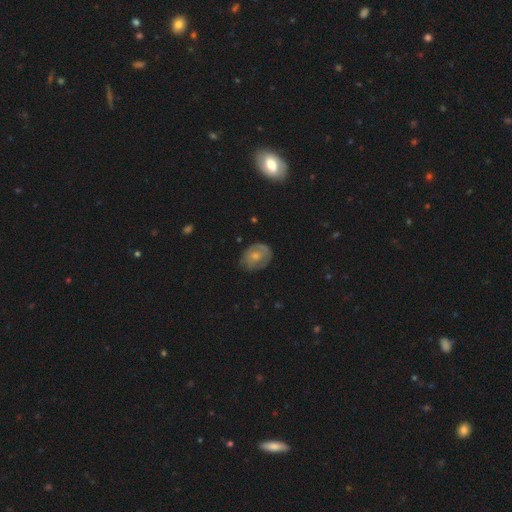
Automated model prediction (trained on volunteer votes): Smooth or featured? smooth (47%)
Merging? none (62%)